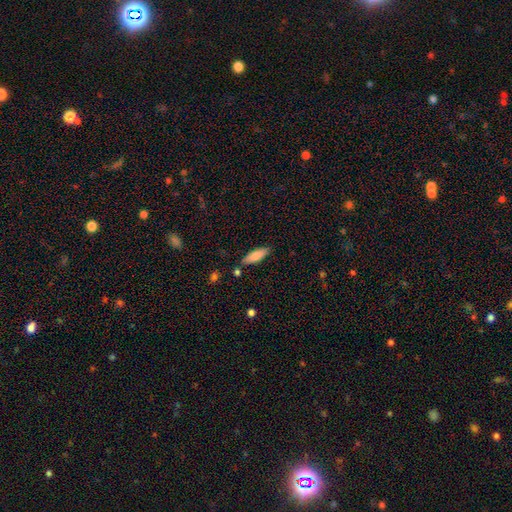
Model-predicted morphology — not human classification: type=smooth (78%); roundness=cigar-shaped (52%); merging=none (82%).